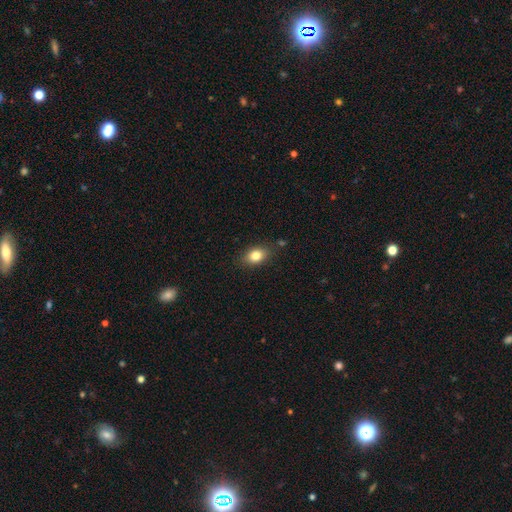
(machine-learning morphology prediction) Smooth or featured? smooth (81%)
How rounded? in between (76%)
Merging? none (82%)